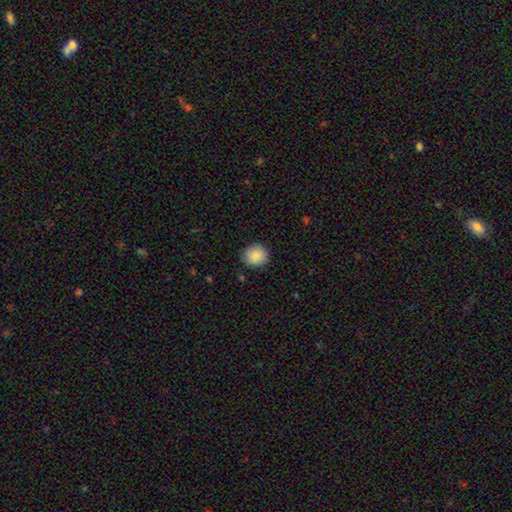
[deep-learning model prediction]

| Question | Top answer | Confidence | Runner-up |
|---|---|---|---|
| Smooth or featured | smooth | 89% | star or artifact (7%) |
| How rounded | round | 85% | in between (14%) |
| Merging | none | 88% | minor disturbance (9%) |